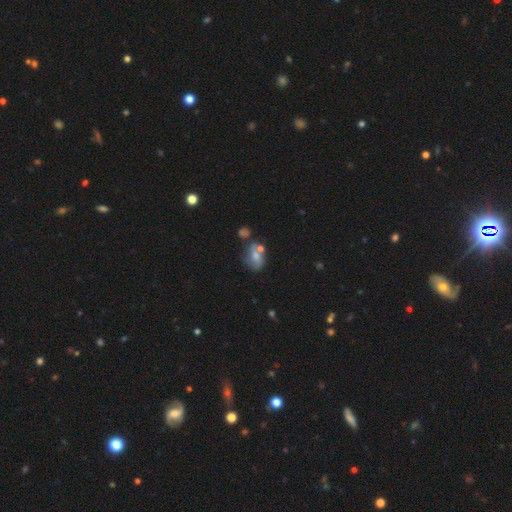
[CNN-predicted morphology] Smooth or featured: smooth — 58% (featured or disk — 30%)
How rounded: in between — 74% (round — 24%)
Merging: none — 36% (merger — 33%)